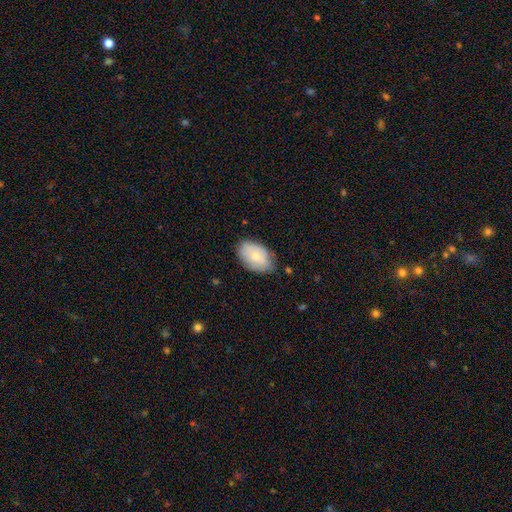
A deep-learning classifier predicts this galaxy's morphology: smooth_or_featured: smooth (p=0.70) [alt: featured or disk p=0.24]
how_rounded: in between (p=0.90) [alt: round p=0.09]
merging: none (p=0.72) [alt: minor disturbance p=0.22]